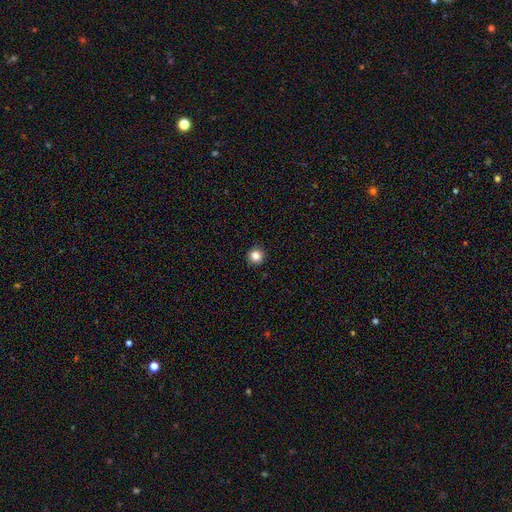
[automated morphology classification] Smooth or featured: smooth — 84% (star or artifact — 11%)
How rounded: round — 94% (in between — 5%)
Merging: none — 92% (minor disturbance — 6%)